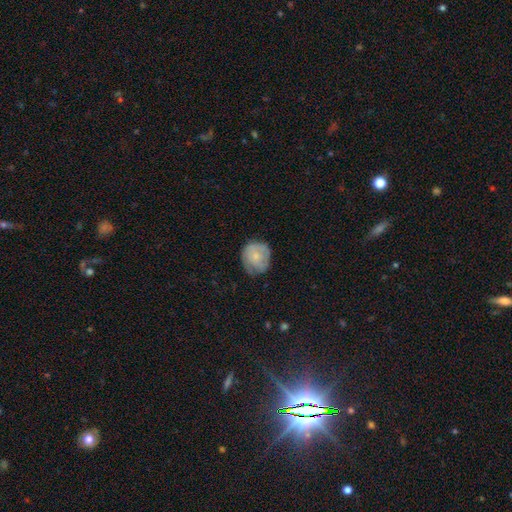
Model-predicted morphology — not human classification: smooth-or-featured: smooth: 61% | featured or disk: 32% | star or artifact: 7%
  how-rounded: round: 77% | in between: 22% | cigar-shaped: 1%
  merging: none: 64% | minor disturbance: 27% | major disturbance: 8% | merger: 1%